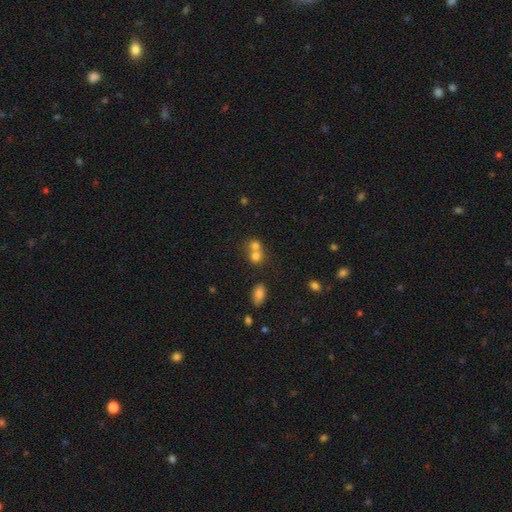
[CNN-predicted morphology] The model was most divided on "merging": merger: 62%, none: 31%, minor disturbance: 5%, major disturbance: 3%. More confident: smooth or featured — smooth (74%); how rounded — round (73%).